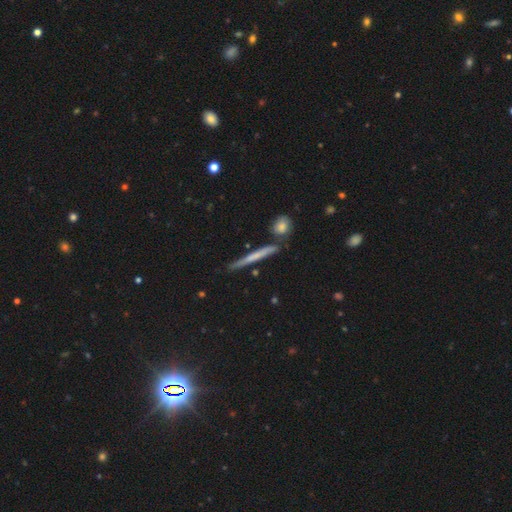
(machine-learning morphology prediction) Smooth or featured? Predicted: smooth (p=0.49). Merging? Predicted: none (p=0.82).